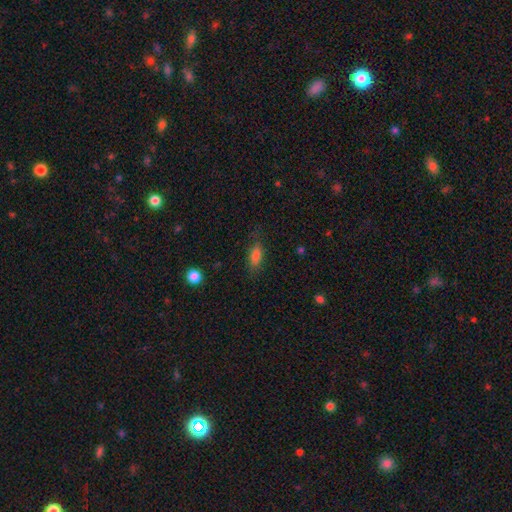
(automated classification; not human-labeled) smooth 80%, featured or disk 11%, star or artifact 9%. Down the decision tree: how rounded — in between (81%); merging — none (76%).